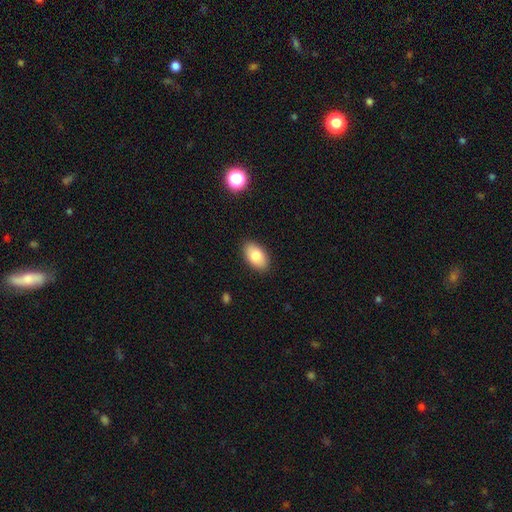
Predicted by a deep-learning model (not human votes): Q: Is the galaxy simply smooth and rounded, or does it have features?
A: smooth — 82%.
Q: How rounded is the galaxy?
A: in between — 93%.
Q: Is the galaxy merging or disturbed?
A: none — 88%.